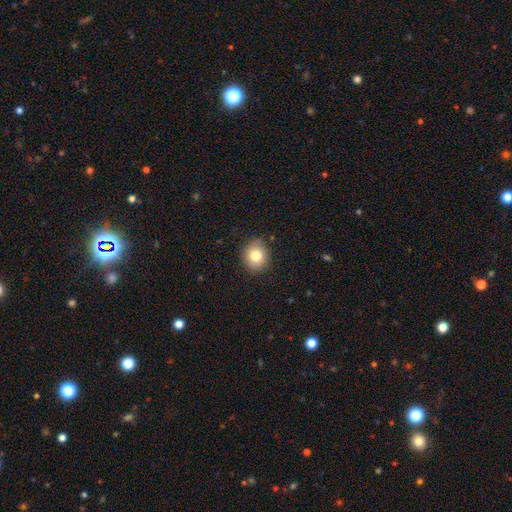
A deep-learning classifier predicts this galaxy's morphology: Smooth or featured: smooth — 80% (star or artifact — 10%)
How rounded: round — 75% (in between — 24%)
Merging: none — 87% (minor disturbance — 9%)